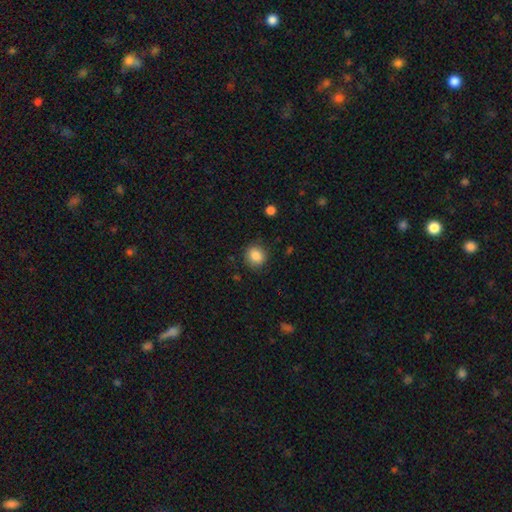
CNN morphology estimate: Smooth or featured?
  - smooth: 85% *
  - star or artifact: 10%
  - featured or disk: 5%
How rounded?
  - round: 82% *
  - in between: 17%
  - cigar-shaped: 1%
Merging?
  - none: 86% *
  - minor disturbance: 10%
  - major disturbance: 3%
  - merger: 1%